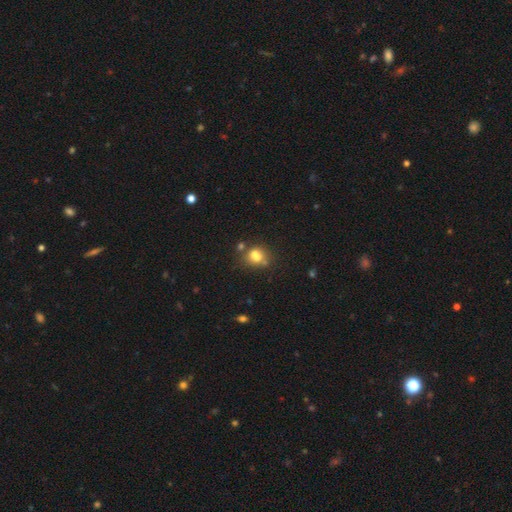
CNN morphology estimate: Q: Smooth or featured?
A: smooth (73%); runner-up: featured or disk (15%)
Q: How rounded?
A: round (51%); runner-up: in between (48%)
Q: Merging?
A: none (45%); runner-up: merger (31%)